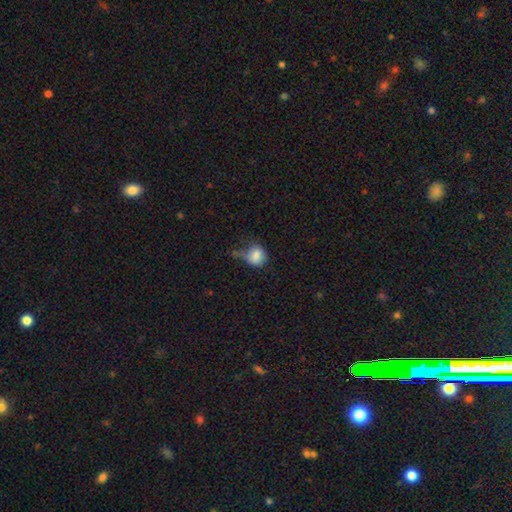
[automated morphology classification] Smooth or featured?
  - smooth: 82% *
  - star or artifact: 9%
  - featured or disk: 9%
How rounded?
  - round: 71% *
  - in between: 28%
  - cigar-shaped: 1%
Merging?
  - none: 40% *
  - minor disturbance: 33%
  - major disturbance: 18%
  - merger: 10%